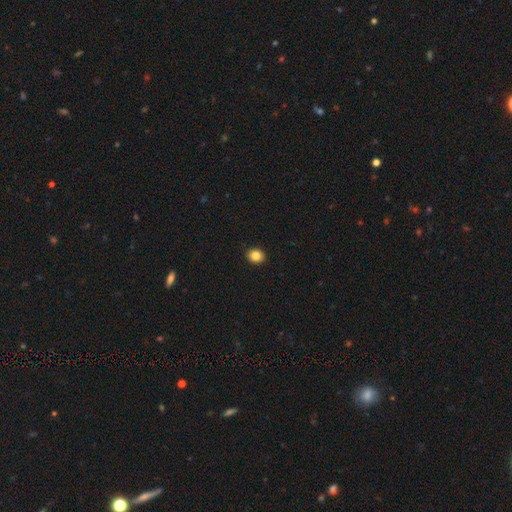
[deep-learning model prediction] The model was most divided on "how rounded": round: 68%, in between: 31%, cigar-shaped: 1%. More confident: merging — none (92%); smooth or featured — smooth (84%).